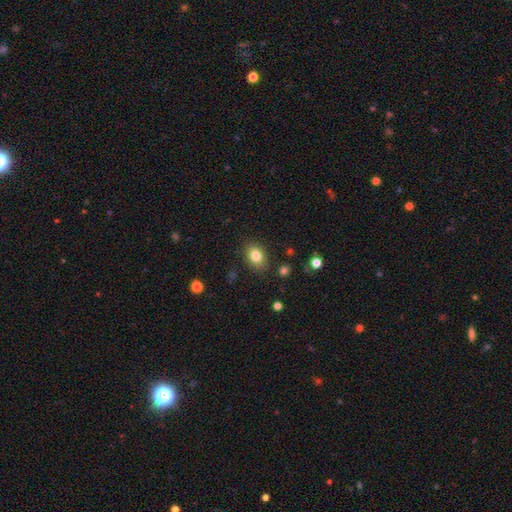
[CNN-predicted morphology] A smooth galaxy with no disk features (82%) that is in between round and cigar-shaped (75%).

Vote fractions:
- Smooth or featured? smooth: 82% / star or artifact: 9% / featured or disk: 8%
- How rounded? in between: 75% / round: 24% / cigar-shaped: 1%
- Merging? none: 84% / minor disturbance: 11% / major disturbance: 3% / merger: 2%